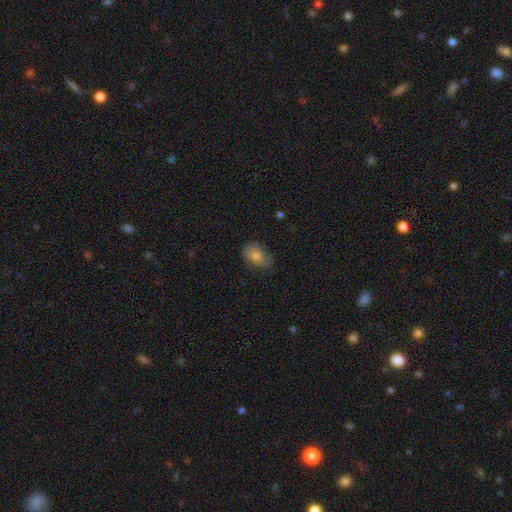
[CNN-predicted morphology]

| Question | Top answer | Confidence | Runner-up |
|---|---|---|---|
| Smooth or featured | smooth | 77% | featured or disk (13%) |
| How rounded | in between | 77% | round (21%) |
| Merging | none | 63% | minor disturbance (29%) |